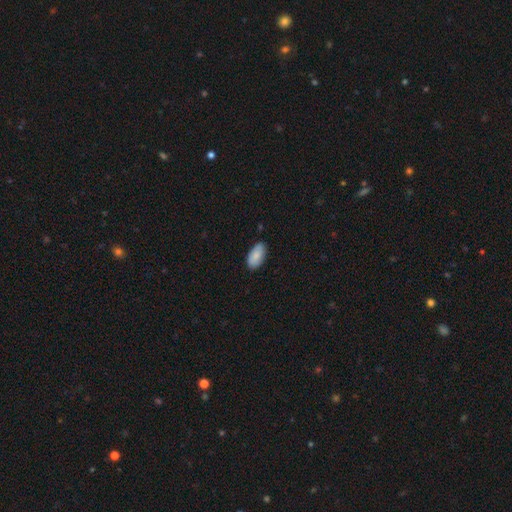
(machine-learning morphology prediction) Smooth or featured?
  - smooth: 87% *
  - featured or disk: 7%
  - star or artifact: 6%
How rounded?
  - in between: 95% *
  - cigar-shaped: 3%
  - round: 2%
Merging?
  - none: 83% *
  - minor disturbance: 14%
  - major disturbance: 2%
  - merger: 1%